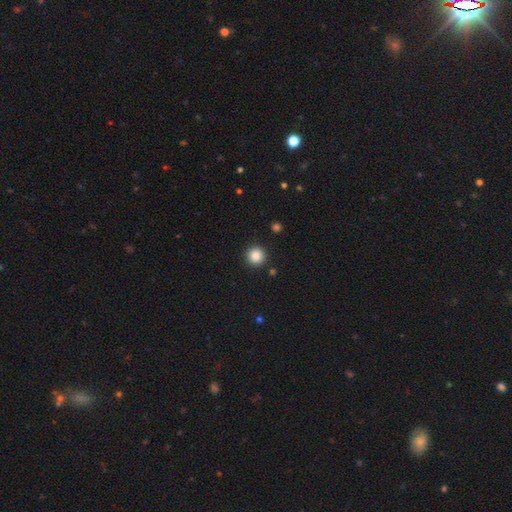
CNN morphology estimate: Smooth or featured? Predicted: smooth (p=0.86). How rounded? Predicted: round (p=0.96). Merging? Predicted: none (p=0.91).